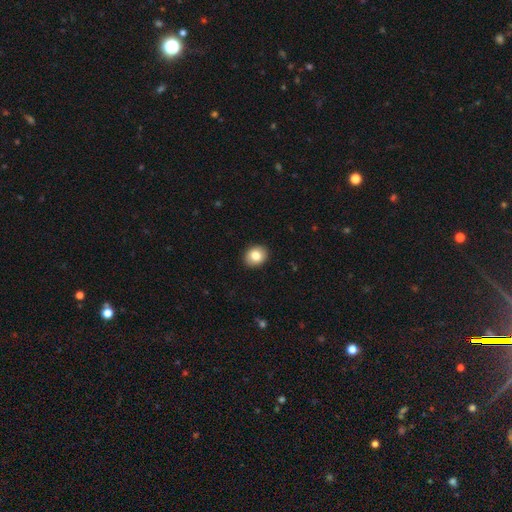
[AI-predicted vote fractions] The model was most divided on "how rounded": round: 59%, in between: 40%, cigar-shaped: 1%. More confident: merging — none (91%); smooth or featured — smooth (82%).